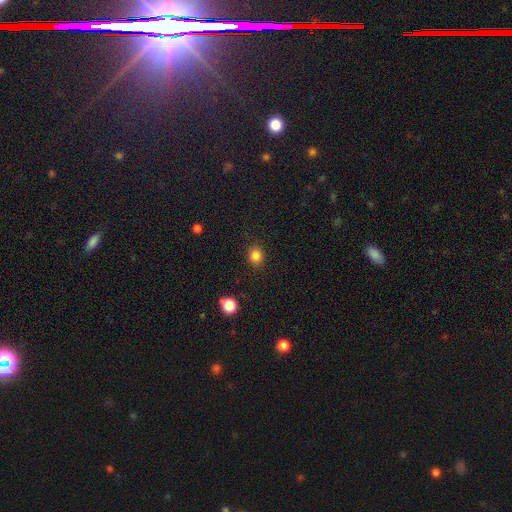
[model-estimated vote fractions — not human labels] A smooth galaxy with no disk features (84%) that is round (73%).

Vote fractions:
- Smooth or featured? smooth: 84% / star or artifact: 12% / featured or disk: 4%
- How rounded? round: 73% / in between: 26% / cigar-shaped: 1%
- Merging? none: 89% / minor disturbance: 8% / major disturbance: 2% / merger: 1%